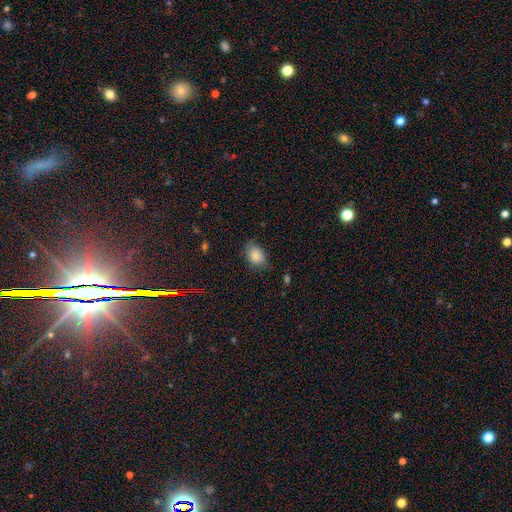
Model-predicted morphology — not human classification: This appears to be a smooth galaxy with no disk features (82%) that is in between round and cigar-shaped (80%). Merging: none (67%).